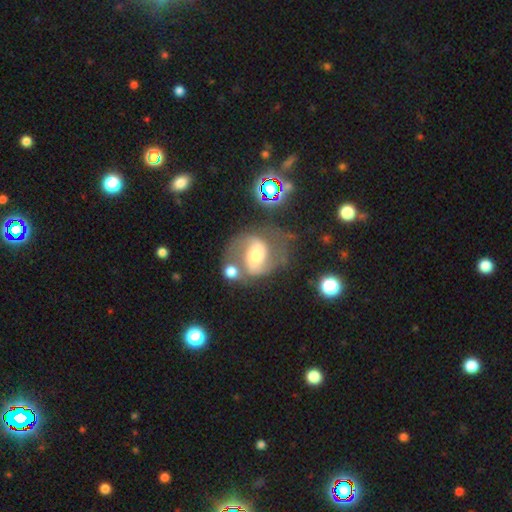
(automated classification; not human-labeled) Smooth or featured: featured or disk — 76% (smooth — 15%)
Edge-on disk: no — 97% (yes — 3%)
Bar: weak — 40% (no — 30%)
Spiral arms: yes — 91% (no — 9%)
Spiral winding: medium — 51% (loose — 33%)
Spiral arm count: 2 — 89% (can't tell — 5%)
Bulge size: moderate — 63% (small — 17%)
Merging: none — 48% (merger — 21%)